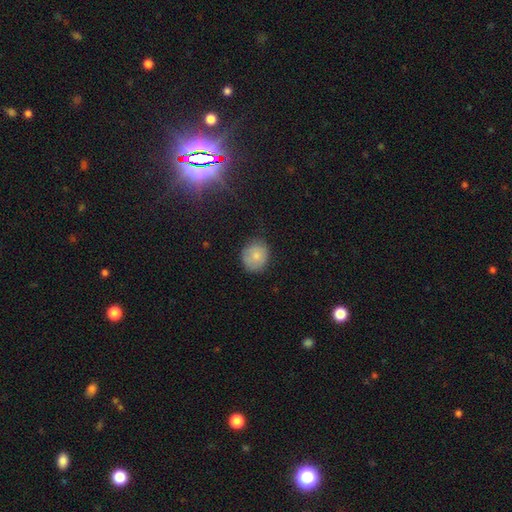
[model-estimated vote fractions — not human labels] smooth-or-featured: smooth: 77% | featured or disk: 14% | star or artifact: 9%
  how-rounded: round: 78% | in between: 21% | cigar-shaped: 1%
  merging: none: 73% | minor disturbance: 21% | major disturbance: 5% | merger: 1%